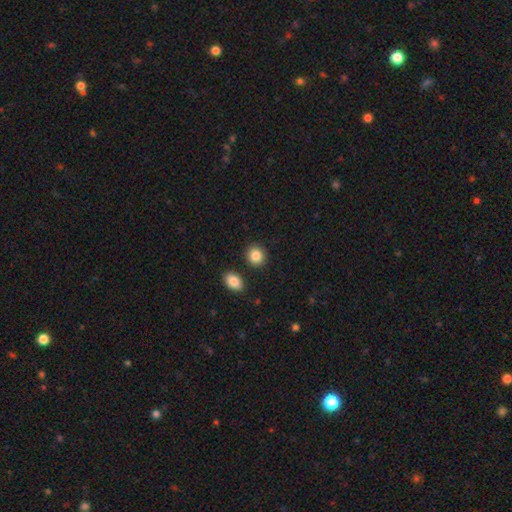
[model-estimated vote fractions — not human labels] Smooth or featured: smooth — 87% (star or artifact — 9%)
How rounded: round — 76% (in between — 23%)
Merging: none — 86% (minor disturbance — 7%)